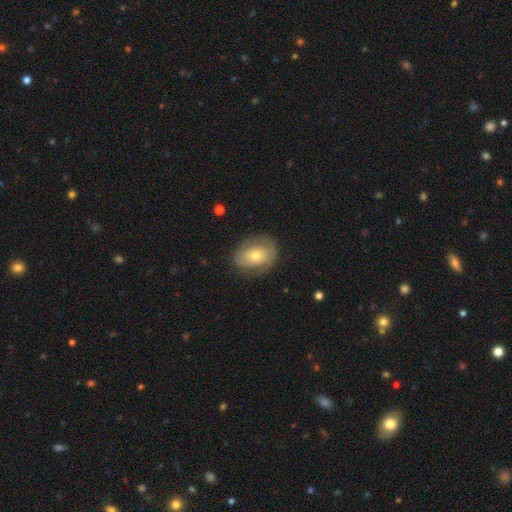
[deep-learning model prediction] Q: Smooth or featured?
A: smooth (54%); runner-up: featured or disk (39%)
Q: How rounded?
A: in between (66%); runner-up: round (33%)
Q: Merging?
A: none (74%); runner-up: minor disturbance (18%)